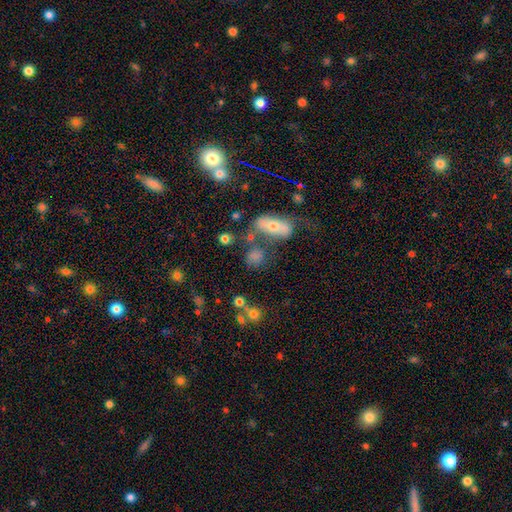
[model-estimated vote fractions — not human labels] This appears to be a smooth galaxy with no disk features (71%) that is round (51%). Merging: none (50%).